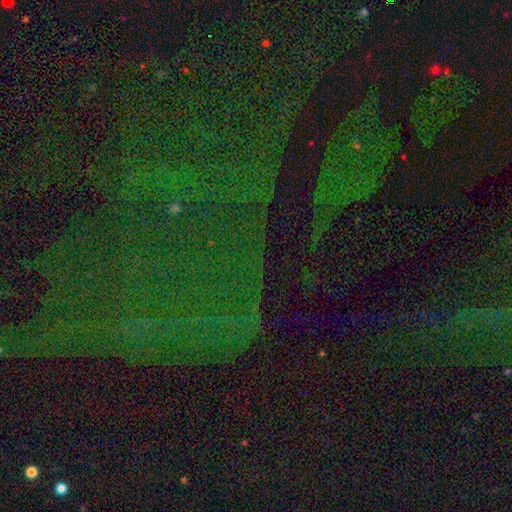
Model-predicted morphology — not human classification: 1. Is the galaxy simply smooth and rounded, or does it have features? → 83% star or artifact, 9% smooth, 9% featured or disk.